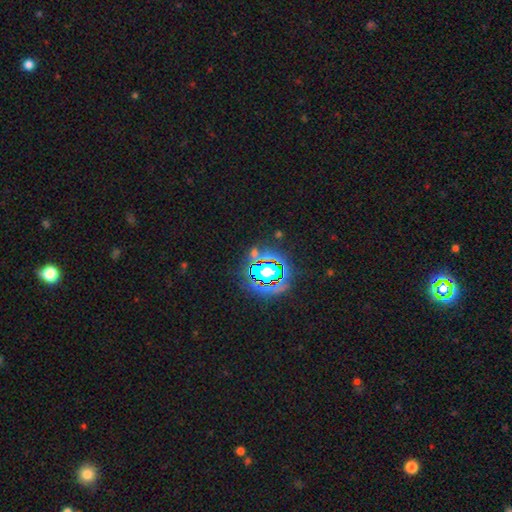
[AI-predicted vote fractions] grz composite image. It shows a star or artifact, not a galaxy (74%).